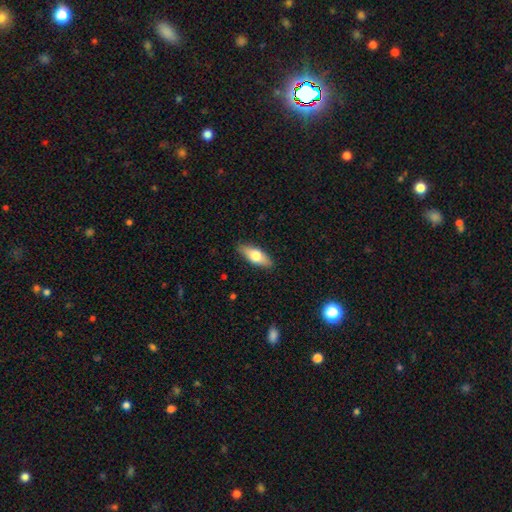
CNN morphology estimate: smooth_or_featured: smooth (p=0.65) [alt: featured or disk p=0.29]
how_rounded: in between (p=0.73) [alt: cigar-shaped p=0.24]
merging: none (p=0.88) [alt: minor disturbance p=0.09]